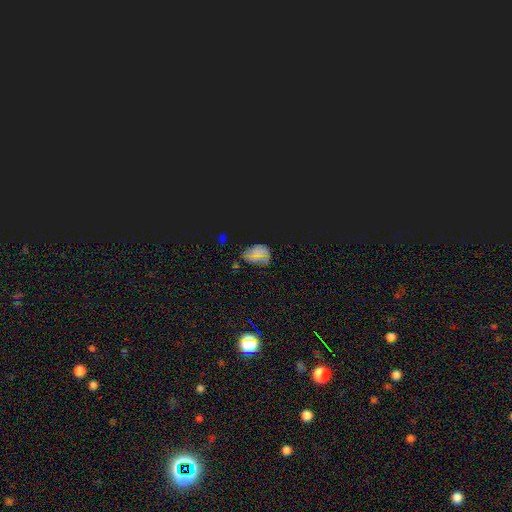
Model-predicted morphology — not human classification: star or artifact 56%, smooth 33%, featured or disk 10%.